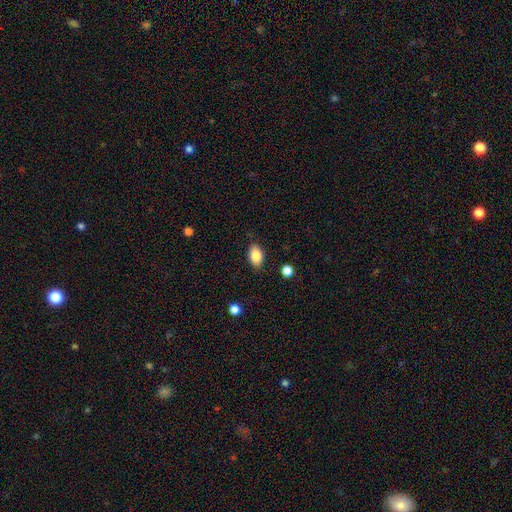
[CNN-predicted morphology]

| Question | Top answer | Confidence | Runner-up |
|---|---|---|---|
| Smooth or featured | smooth | 85% | star or artifact (8%) |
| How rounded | in between | 89% | round (10%) |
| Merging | none | 86% | minor disturbance (10%) |